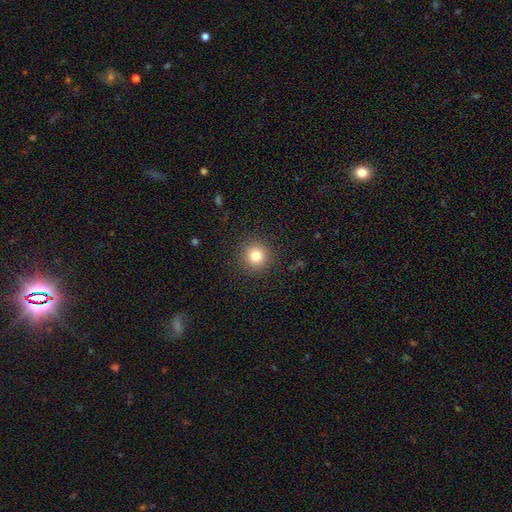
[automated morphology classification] smooth 81%, star or artifact 12%, featured or disk 7%. Down the decision tree: how rounded — round (94%); merging — none (91%).